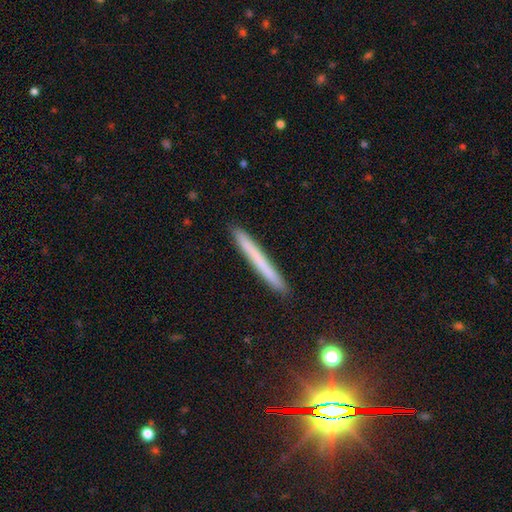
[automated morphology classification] smooth-or-featured: smooth: 59% | featured or disk: 30% | star or artifact: 12%
  how-rounded: cigar-shaped: 97% | in between: 2% | round: 1%
  merging: none: 91% | minor disturbance: 6% | major disturbance: 1% | merger: 1%